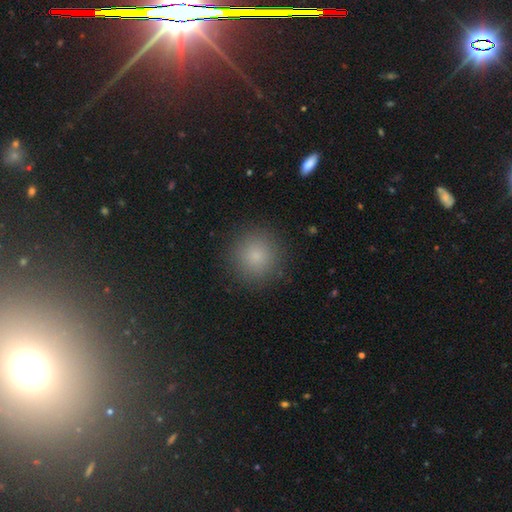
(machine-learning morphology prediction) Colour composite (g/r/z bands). It shows a smooth galaxy with no disk features (78%) that is round (94%). Merging: none (91%).